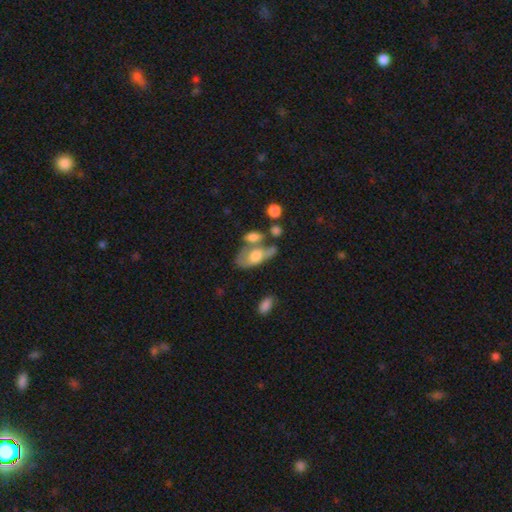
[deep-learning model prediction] Q: Smooth or featured?
A: smooth (54%); runner-up: featured or disk (38%)
Q: How rounded?
A: in between (86%); runner-up: cigar-shaped (7%)
Q: Merging?
A: merger (39%); runner-up: none (25%)